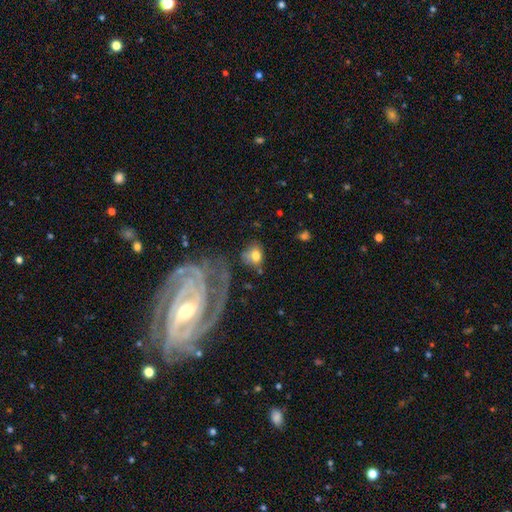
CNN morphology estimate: Overall: smooth (69%). How rounded: round (57%; in between 41%). Merging: none (60%).